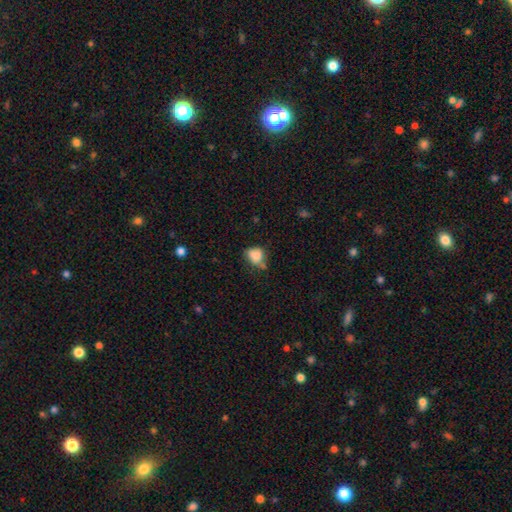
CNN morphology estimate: Q: Smooth or featured?
A: smooth (75%); runner-up: featured or disk (15%)
Q: How rounded?
A: in between (59%); runner-up: round (39%)
Q: Merging?
A: none (39%); runner-up: minor disturbance (33%)